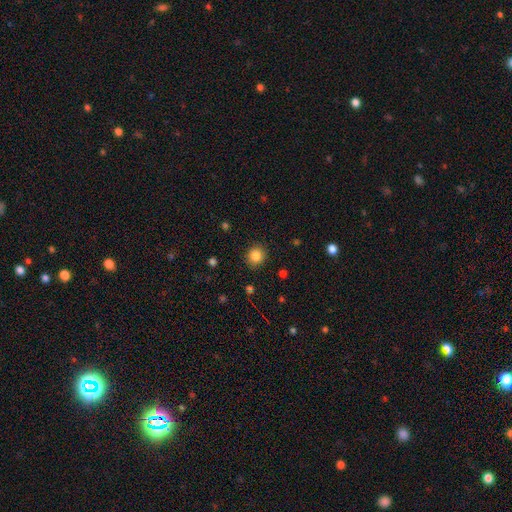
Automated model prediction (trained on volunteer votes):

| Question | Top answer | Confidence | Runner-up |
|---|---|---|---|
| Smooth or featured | smooth | 85% | star or artifact (11%) |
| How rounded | round | 89% | in between (10%) |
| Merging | none | 89% | minor disturbance (7%) |